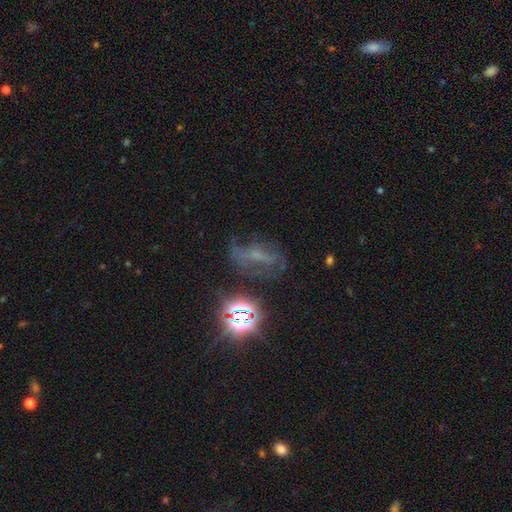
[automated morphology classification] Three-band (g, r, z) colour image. It shows a featured or disk galaxy (42%). Merging: none (51%).